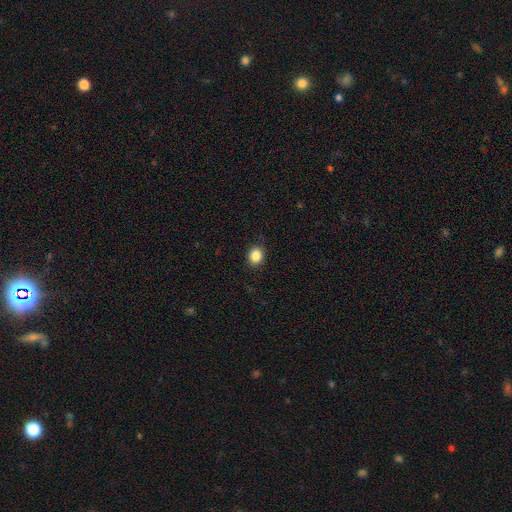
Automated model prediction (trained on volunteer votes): smooth-or-featured: smooth: 86% | star or artifact: 10% | featured or disk: 4%
  how-rounded: round: 64% | in between: 35% | cigar-shaped: 1%
  merging: none: 88% | minor disturbance: 9% | major disturbance: 2% | merger: 1%